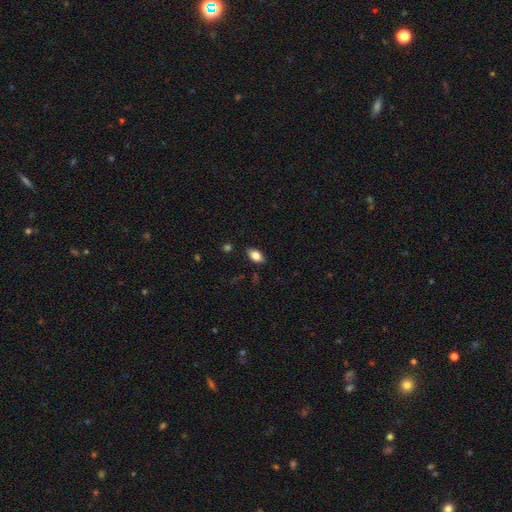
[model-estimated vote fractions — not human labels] Overall: smooth (82%). How rounded: in between (91%). Merging: none (85%).